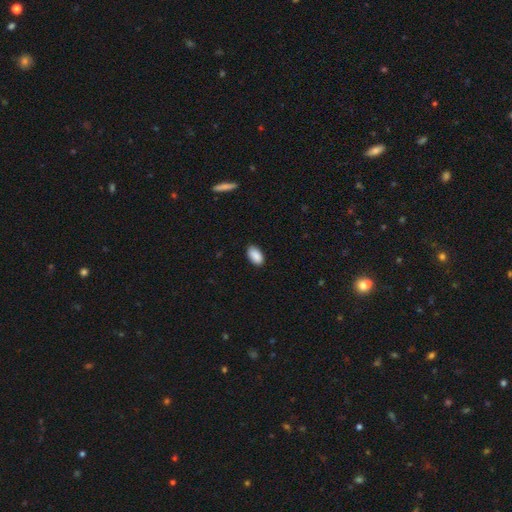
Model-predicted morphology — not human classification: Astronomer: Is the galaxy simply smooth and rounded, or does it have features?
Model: smooth — 90%.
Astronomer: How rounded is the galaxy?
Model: in between — 95%.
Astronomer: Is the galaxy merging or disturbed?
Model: none — 87%.